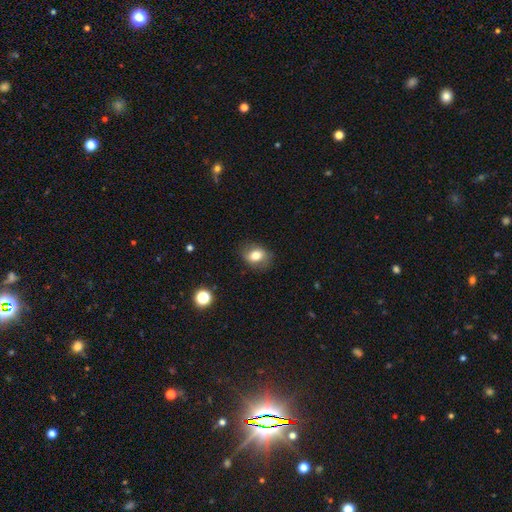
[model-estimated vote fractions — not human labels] This is likely a smooth galaxy (76%). How rounded: likely in between (61%). Merging: clearly none (81%).